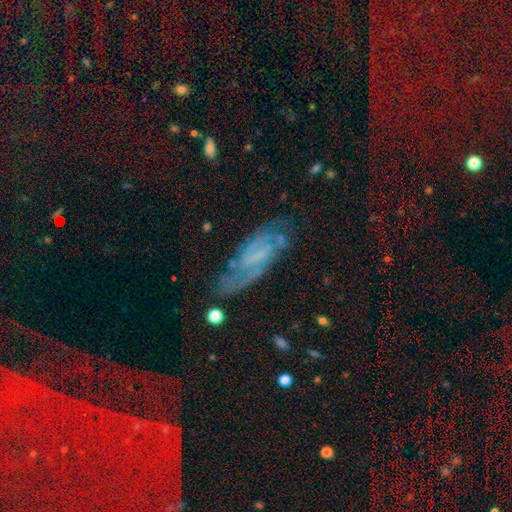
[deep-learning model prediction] Smooth or featured: featured or disk — 74% (smooth — 17%)
Edge-on disk: no — 88% (yes — 12%)
Bar: weak — 44% (no — 32%)
Spiral arms: yes — 87% (no — 13%)
Spiral winding: medium — 45% (tight — 36%)
Spiral arm count: 2 — 64% (can't tell — 21%)
Bulge size: none — 51% (small — 32%)
Merging: none — 60% (minor disturbance — 22%)